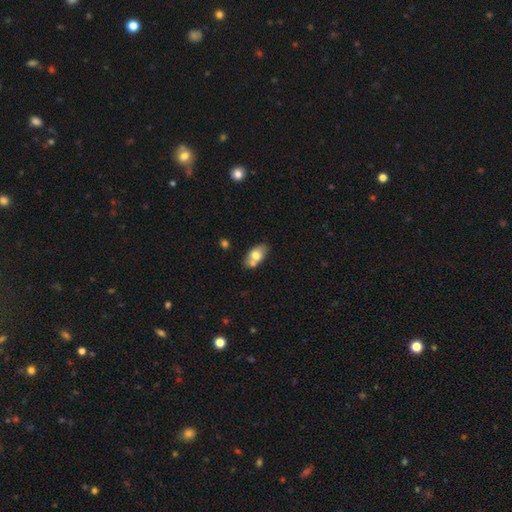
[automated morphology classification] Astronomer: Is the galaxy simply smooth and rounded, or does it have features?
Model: smooth — 69%.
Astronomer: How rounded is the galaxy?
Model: in between — 90%.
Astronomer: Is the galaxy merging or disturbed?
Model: none — 58%.